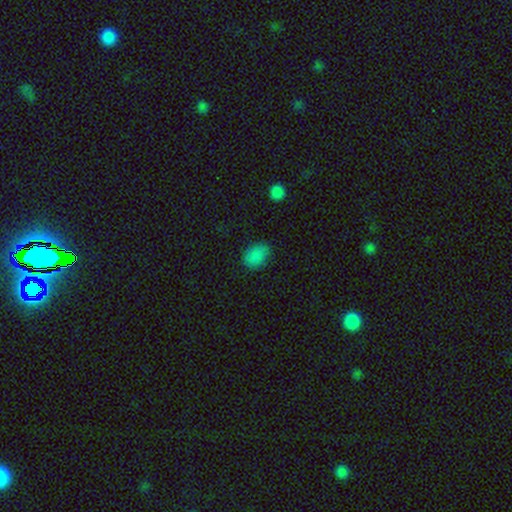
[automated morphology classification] Q: Smooth or featured?
A: smooth (85%); runner-up: star or artifact (12%)
Q: How rounded?
A: in between (81%); runner-up: round (17%)
Q: Merging?
A: none (79%); runner-up: minor disturbance (16%)